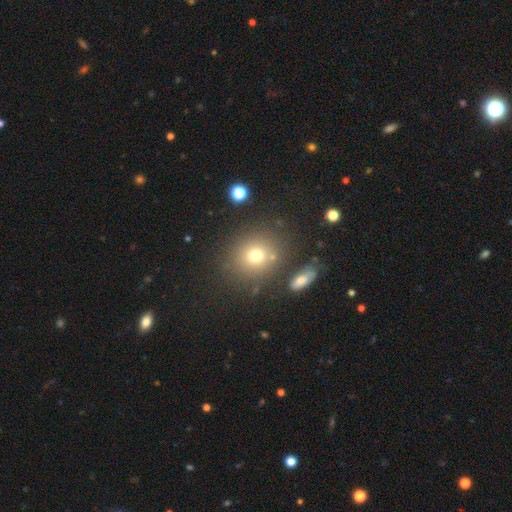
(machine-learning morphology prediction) Smooth or featured?
  - smooth: 72% *
  - star or artifact: 16%
  - featured or disk: 12%
How rounded?
  - round: 82% *
  - in between: 17%
  - cigar-shaped: 1%
Merging?
  - none: 76% *
  - minor disturbance: 11%
  - merger: 8%
  - major disturbance: 5%